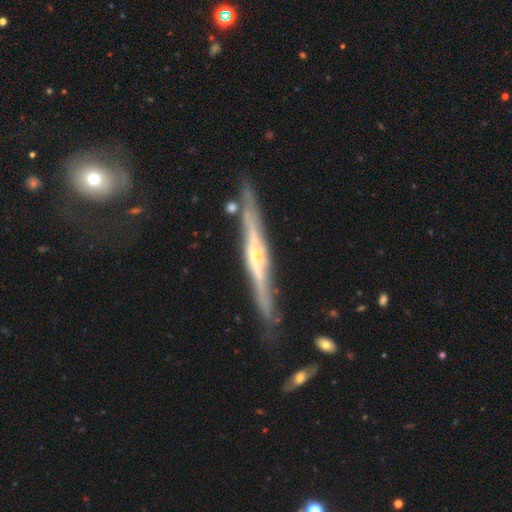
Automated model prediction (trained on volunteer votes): A featured or disk galaxy (82%) viewed edge-on (94%) with a rounded central bulge (73%). Merging: none (81%).